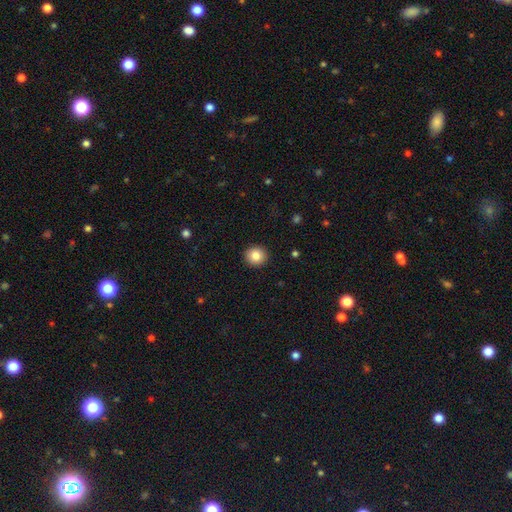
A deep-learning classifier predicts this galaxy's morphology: Smooth or featured? Predicted: smooth (p=0.84). How rounded? Predicted: round (p=0.92). Merging? Predicted: none (p=0.93).